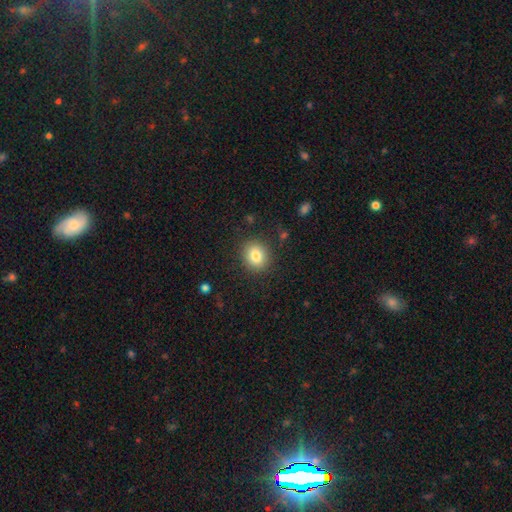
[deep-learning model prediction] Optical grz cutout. It shows a smooth galaxy with no disk features (82%) that is round (75%). Merging: none (88%).